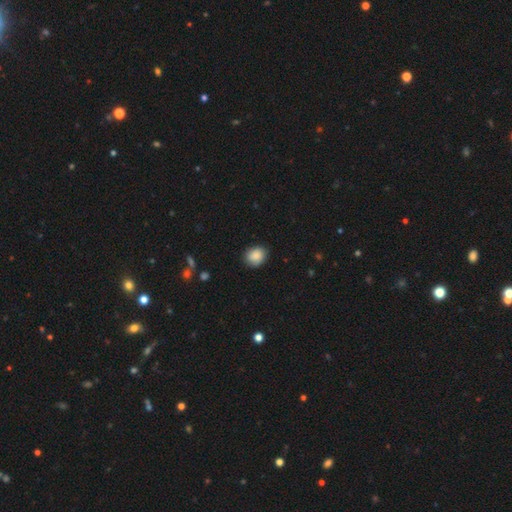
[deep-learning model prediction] Morphology: type=smooth (86%); roundness=round (60%); merging=none (84%).